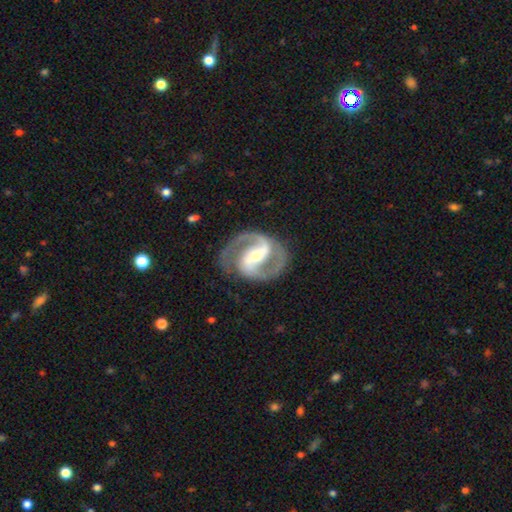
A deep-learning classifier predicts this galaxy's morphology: Smooth or featured?
  - featured or disk: 92% *
  - smooth: 4%
  - star or artifact: 4%
Edge-on disk?
  - no: 98% *
  - yes: 2%
Bar?
  - strong: 57% *
  - weak: 31%
  - no: 12%
Spiral arms?
  - yes: 98% *
  - no: 2%
Spiral winding?
  - medium: 60% *
  - tight: 28%
  - loose: 12%
Spiral arm count?
  - 2: 94% *
  - can't tell: 2%
  - 1: 1%
  - 3: 1%
  - 4: 1%
  - more than 4: 1%
Bulge size?
  - moderate: 51% *
  - small: 42%
  - large: 5%
  - none: 2%
  - dominant: 1%
Merging?
  - none: 83% *
  - minor disturbance: 11%
  - major disturbance: 5%
  - merger: 1%